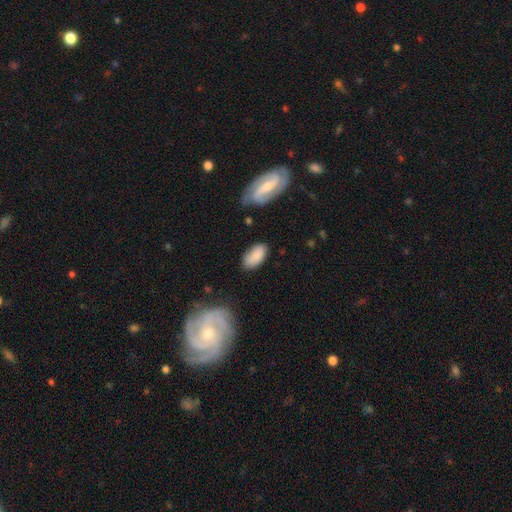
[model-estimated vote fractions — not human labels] Smooth or featured: smooth — 83% (featured or disk — 9%)
How rounded: in between — 94% (round — 3%)
Merging: none — 72% (minor disturbance — 20%)